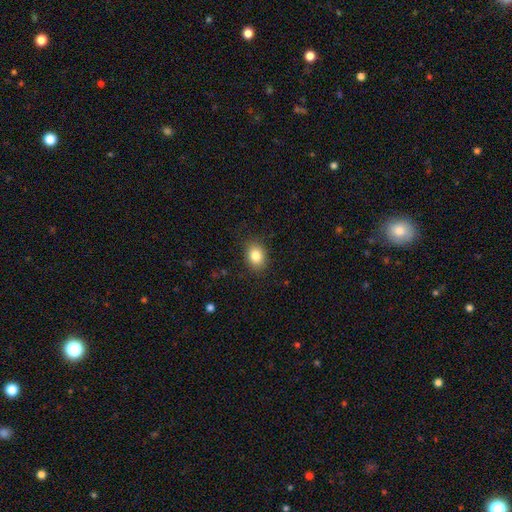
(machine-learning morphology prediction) smooth 84%, star or artifact 9%, featured or disk 7%. Down the decision tree: how rounded — in between (67%); merging — none (87%).